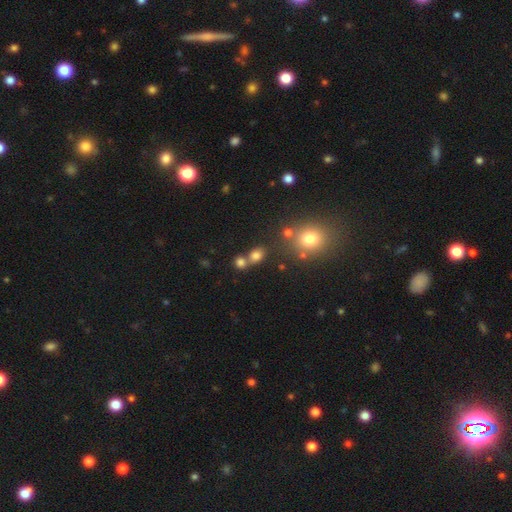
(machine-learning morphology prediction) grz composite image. It shows a smooth galaxy with no disk features (76%) that is round (52%). Merging: none (52%).